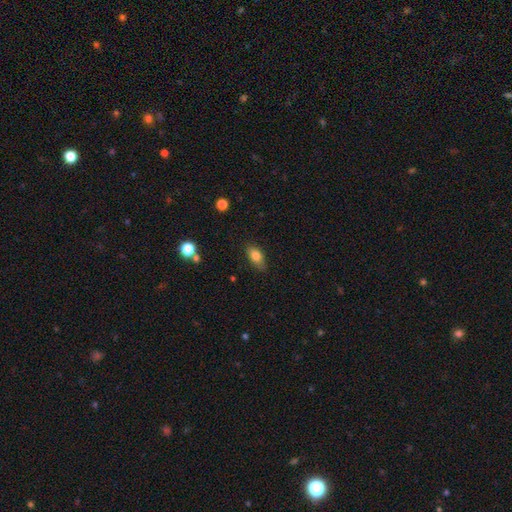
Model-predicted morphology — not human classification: Smooth or featured?
  - smooth: 80% *
  - featured or disk: 11%
  - star or artifact: 9%
How rounded?
  - in between: 85% *
  - round: 7%
  - cigar-shaped: 7%
Merging?
  - none: 79% *
  - minor disturbance: 17%
  - major disturbance: 3%
  - merger: 1%